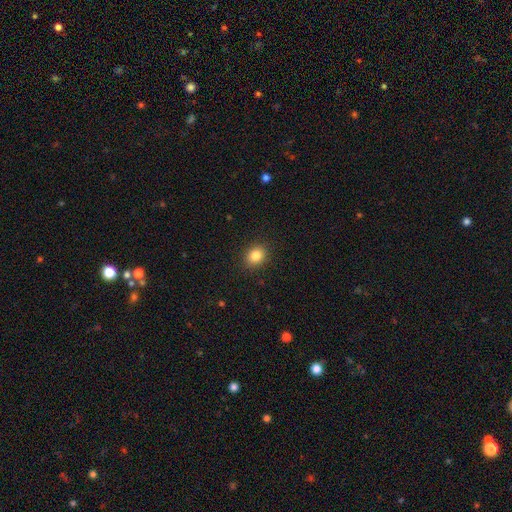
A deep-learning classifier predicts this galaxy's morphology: This is clearly a smooth galaxy (85%). How rounded: likely round (62%). Merging: clearly none (89%).